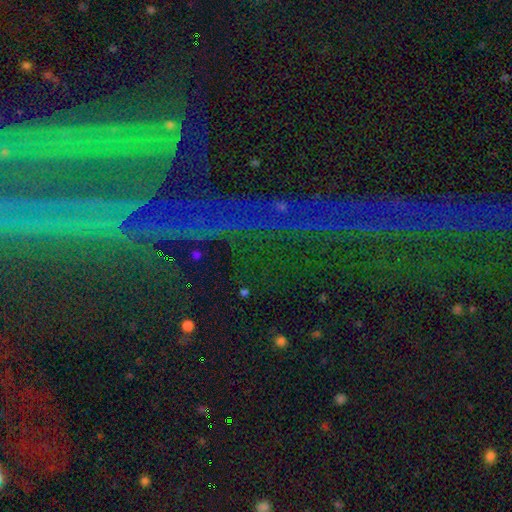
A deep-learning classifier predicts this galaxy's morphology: Smooth or featured? Predicted: star or artifact (p=0.75).